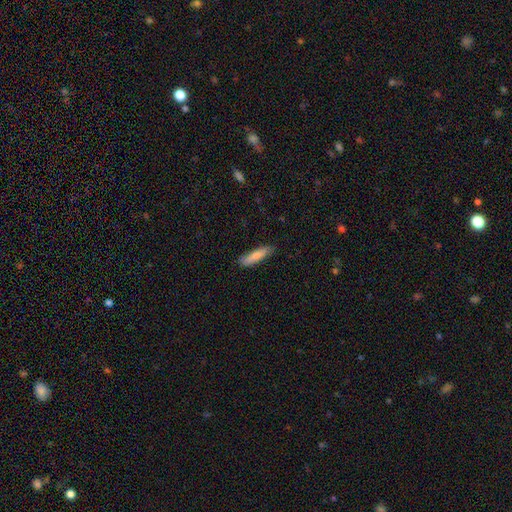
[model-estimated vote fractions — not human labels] This appears to be a smooth galaxy with no disk features (78%) that is cigar-shaped (79%). Merging: none (83%).